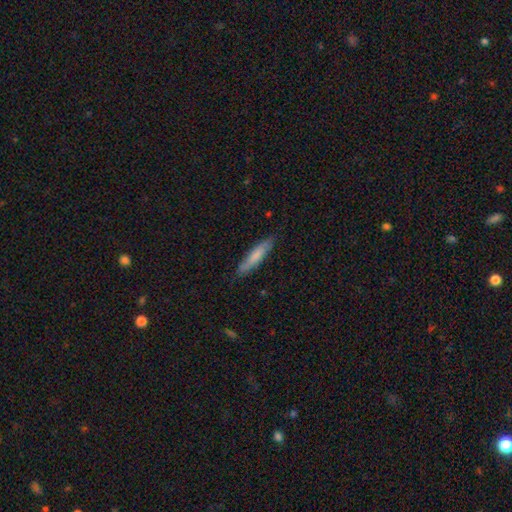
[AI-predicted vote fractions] The model was most divided on "smooth or featured": smooth: 71%, featured or disk: 23%, star or artifact: 6%. More confident: how rounded — cigar-shaped (87%); merging — none (84%).